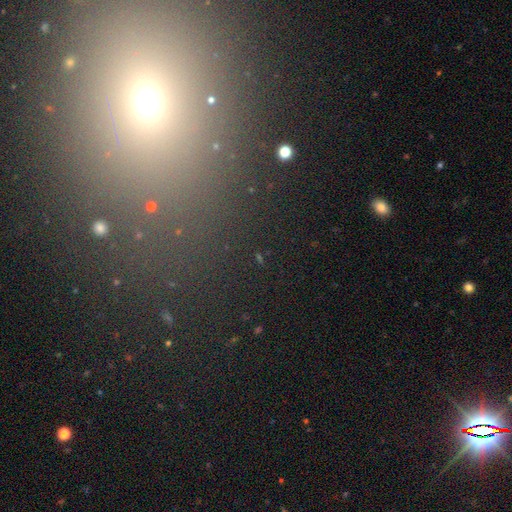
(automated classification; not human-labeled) Overall: star or artifact (60%; smooth 27%).